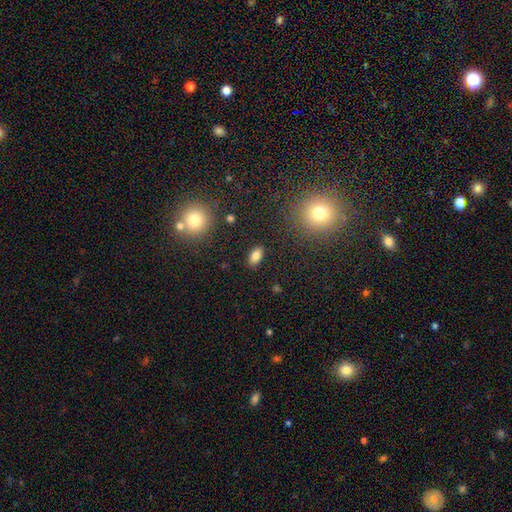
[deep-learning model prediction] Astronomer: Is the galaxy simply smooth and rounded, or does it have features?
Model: smooth — 81%.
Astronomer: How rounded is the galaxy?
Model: in between — 90%.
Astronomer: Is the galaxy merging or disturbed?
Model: none — 88%.